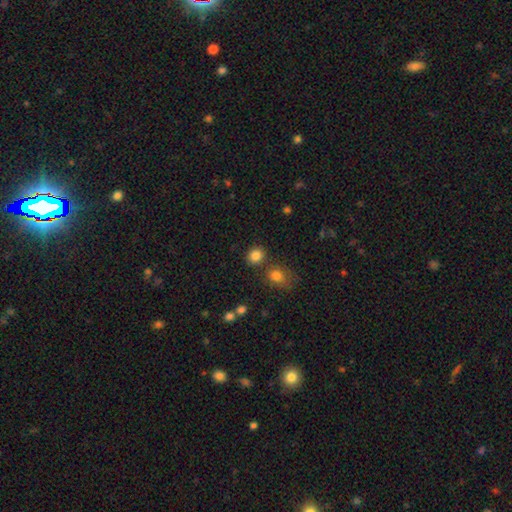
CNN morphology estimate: Smooth or featured: smooth — 83% (star or artifact — 11%)
How rounded: round — 77% (in between — 22%)
Merging: none — 76% (merger — 11%)